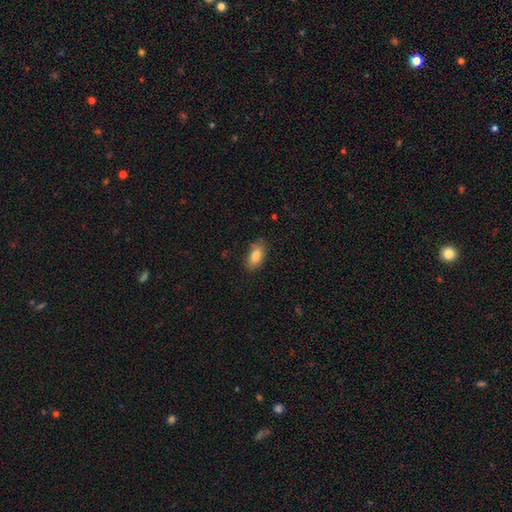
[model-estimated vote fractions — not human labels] A smooth galaxy with no disk features (83%) that is in between round and cigar-shaped (90%). Merging: none (82%).